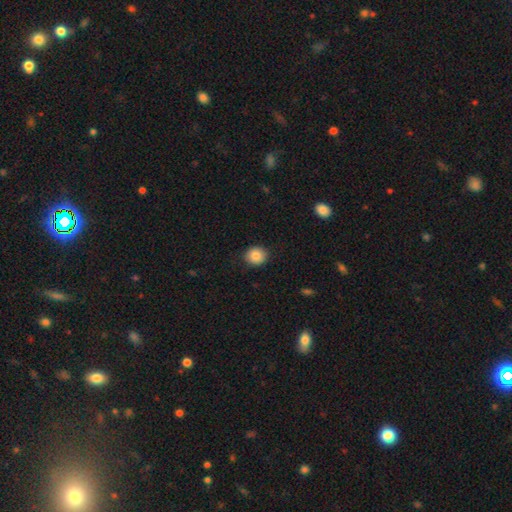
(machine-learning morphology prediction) smooth_or_featured: smooth (p=0.85) [alt: star or artifact p=0.09]
how_rounded: round (p=0.79) [alt: in between p=0.20]
merging: none (p=0.89) [alt: minor disturbance p=0.08]